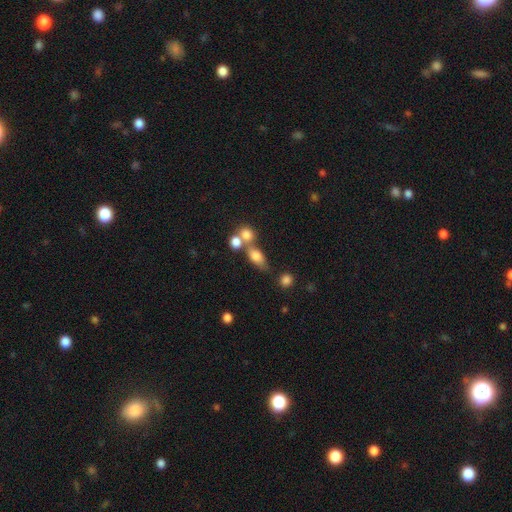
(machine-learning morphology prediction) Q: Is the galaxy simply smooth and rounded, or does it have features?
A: smooth — 74%.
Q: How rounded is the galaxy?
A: in between — 68%.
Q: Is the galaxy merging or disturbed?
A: none — 42%.